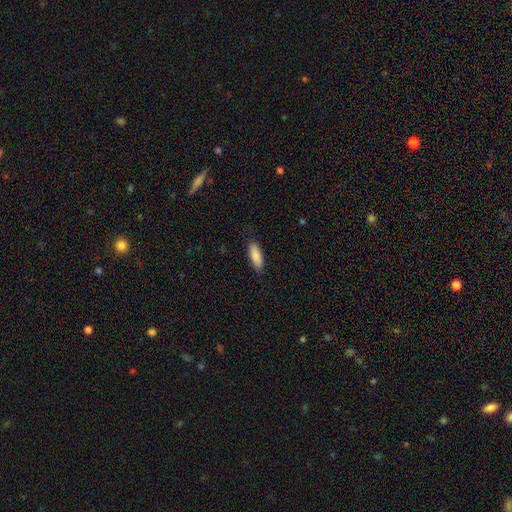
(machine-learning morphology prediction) Smooth or featured?
  - smooth: 88% *
  - featured or disk: 6%
  - star or artifact: 6%
How rounded?
  - in between: 61% *
  - cigar-shaped: 38%
  - round: 2%
Merging?
  - none: 87% *
  - minor disturbance: 9%
  - major disturbance: 2%
  - merger: 1%